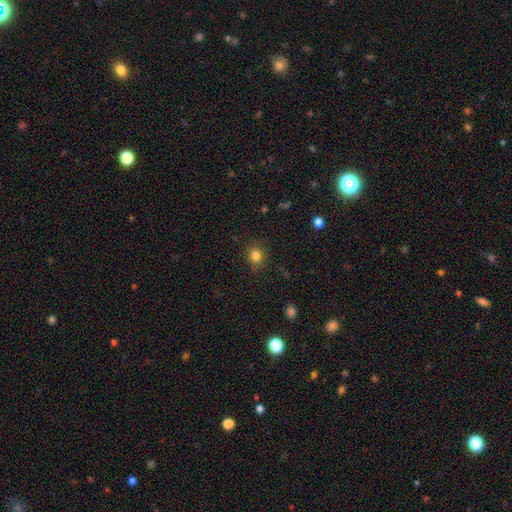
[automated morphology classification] smooth 82%, star or artifact 13%, featured or disk 5%. Down the decision tree: how rounded — round (79%); merging — none (85%).